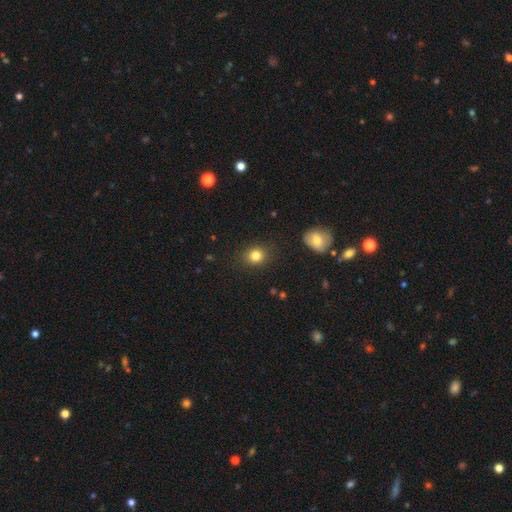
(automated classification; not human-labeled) smooth_or_featured: smooth (p=0.83) [alt: star or artifact p=0.11]
how_rounded: round (p=0.73) [alt: in between p=0.26]
merging: none (p=0.87) [alt: minor disturbance p=0.09]